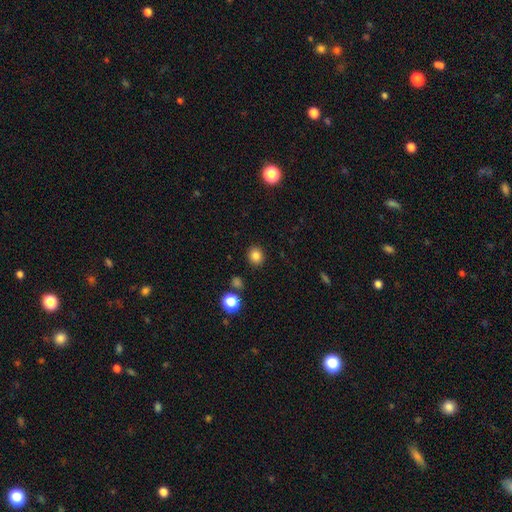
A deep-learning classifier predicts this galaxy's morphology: This appears to be a smooth galaxy with no disk features (83%) that is round (80%). Merging: none (90%).